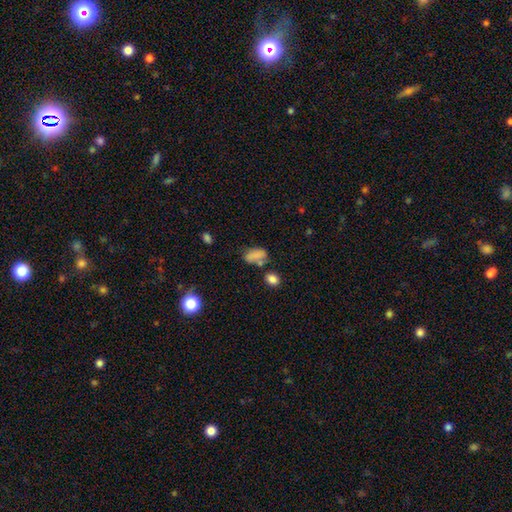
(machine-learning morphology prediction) smooth-or-featured: smooth: 74% | featured or disk: 14% | star or artifact: 12%
  how-rounded: in between: 87% | round: 10% | cigar-shaped: 3%
  merging: none: 41% | minor disturbance: 24% | merger: 21% | major disturbance: 13%